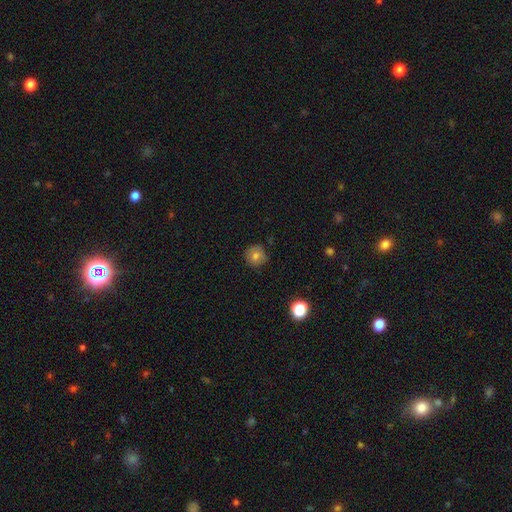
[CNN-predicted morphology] The model was most divided on "smooth or featured": smooth: 74%, featured or disk: 15%, star or artifact: 12%. More confident: how rounded — round (93%); merging — none (84%).